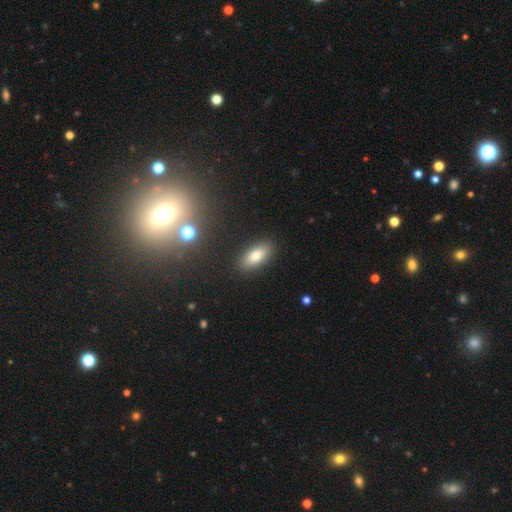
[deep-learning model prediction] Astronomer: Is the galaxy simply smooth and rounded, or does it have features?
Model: smooth — 79%.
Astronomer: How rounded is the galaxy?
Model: in between — 85%.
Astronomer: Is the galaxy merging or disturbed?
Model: none — 89%.